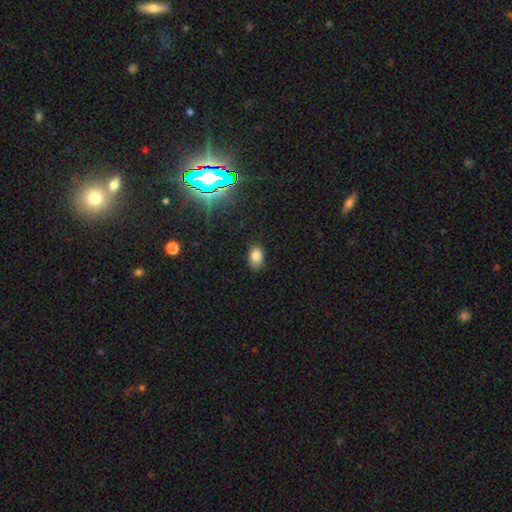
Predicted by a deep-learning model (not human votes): Smooth or featured? smooth (80%)
How rounded? in between (85%)
Merging? none (80%)